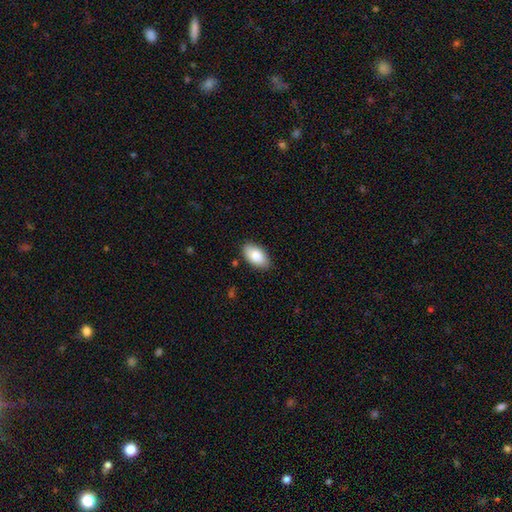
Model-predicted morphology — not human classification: This appears to be a smooth galaxy with no disk features (85%) that is in between round and cigar-shaped (95%). Merging: none (85%).